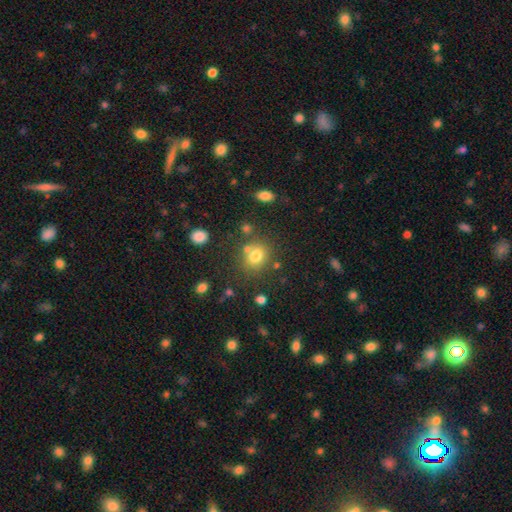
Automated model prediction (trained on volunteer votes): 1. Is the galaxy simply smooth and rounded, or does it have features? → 74% smooth, 15% star or artifact, 11% featured or disk.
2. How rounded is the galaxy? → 69% round, 30% in between, 1% cigar-shaped.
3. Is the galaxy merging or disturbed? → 67% none, 15% merger, 13% minor disturbance, 5% major disturbance.